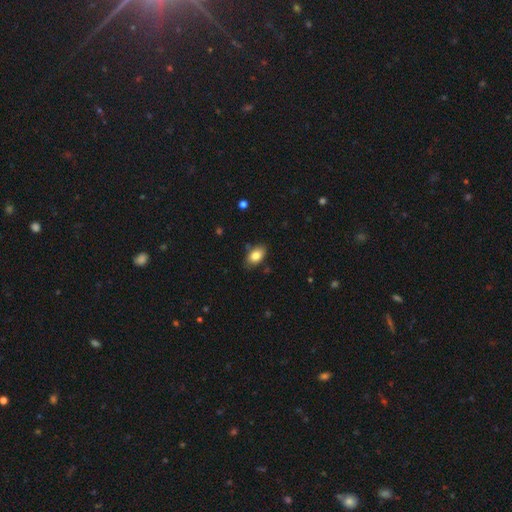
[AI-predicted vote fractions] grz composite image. It shows a smooth galaxy with no disk features (82%) that is in between round and cigar-shaped (90%). Merging: none (80%).